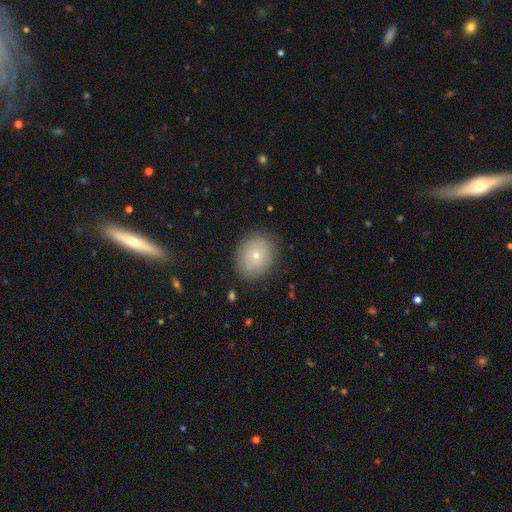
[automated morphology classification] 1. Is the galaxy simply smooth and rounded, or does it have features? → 71% smooth, 19% featured or disk, 10% star or artifact.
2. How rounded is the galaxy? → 57% round, 42% in between, 1% cigar-shaped.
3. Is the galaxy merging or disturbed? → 84% none, 11% minor disturbance, 4% major disturbance, 1% merger.